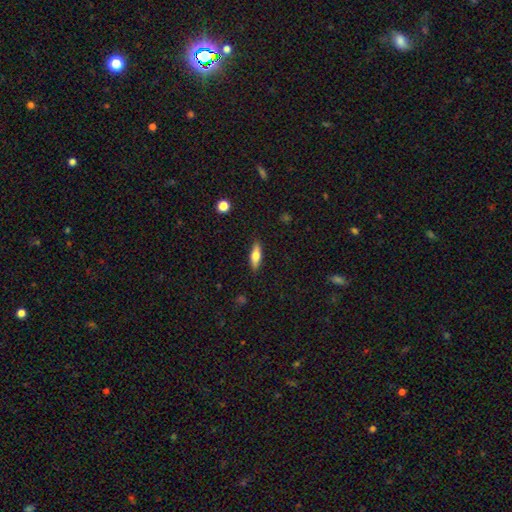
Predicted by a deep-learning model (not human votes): The model was most divided on "how rounded": in between: 51%, cigar-shaped: 47%, round: 3%. More confident: merging — none (88%); smooth or featured — smooth (64%).